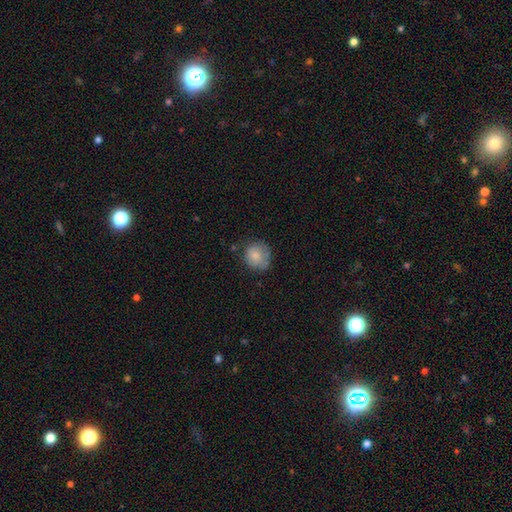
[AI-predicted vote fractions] smooth 78%, featured or disk 14%, star or artifact 8%. Down the decision tree: how rounded — round (82%); merging — none (61%).